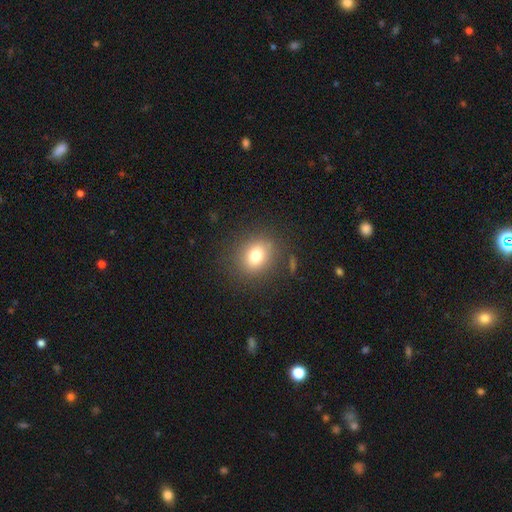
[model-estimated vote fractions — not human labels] Q: Smooth or featured?
A: smooth (76%); runner-up: star or artifact (13%)
Q: How rounded?
A: round (63%); runner-up: in between (36%)
Q: Merging?
A: none (84%); runner-up: minor disturbance (10%)